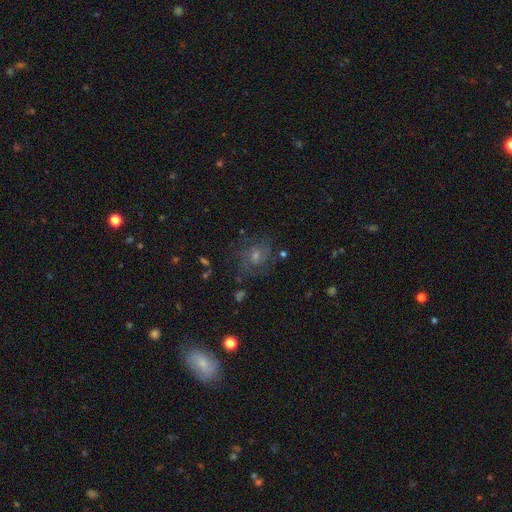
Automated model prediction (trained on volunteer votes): A featured or disk galaxy (55%) with no bar (64%), spiral arms (87%) and a moderate central bulge (45%).

Vote fractions:
- Smooth or featured? featured or disk: 55% / star or artifact: 24% / smooth: 22%
- Edge-on disk? no: 96% / yes: 4%
- Bar? no: 64% / weak: 30% / strong: 6%
- Spiral arms? yes: 87% / no: 13%
- Bulge size? moderate: 45% / small: 44% / large: 5% / none: 5% / dominant: 2%
- Merging? none: 73% / minor disturbance: 15% / major disturbance: 9% / merger: 2%